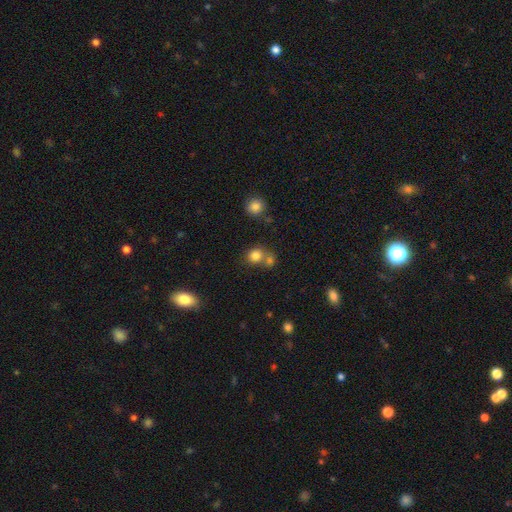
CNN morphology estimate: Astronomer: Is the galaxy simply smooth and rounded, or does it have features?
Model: smooth — 80%.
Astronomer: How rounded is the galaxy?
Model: round — 79%.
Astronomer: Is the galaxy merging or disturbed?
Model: none — 53% (runner-up: merger, 34%).